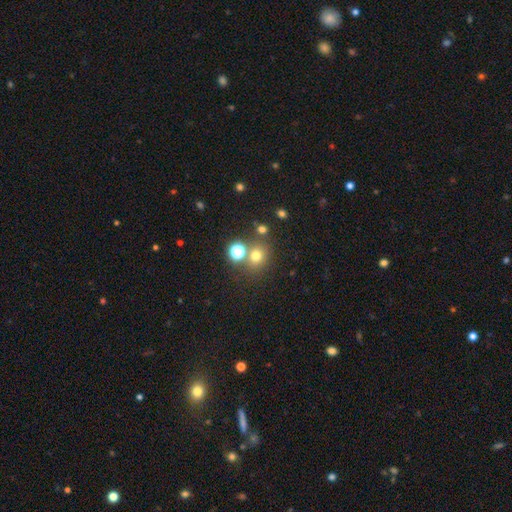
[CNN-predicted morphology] Smooth or featured?
  - smooth: 69% *
  - star or artifact: 22%
  - featured or disk: 8%
How rounded?
  - round: 78% *
  - in between: 21%
  - cigar-shaped: 1%
Merging?
  - none: 70% *
  - merger: 17%
  - minor disturbance: 9%
  - major disturbance: 4%